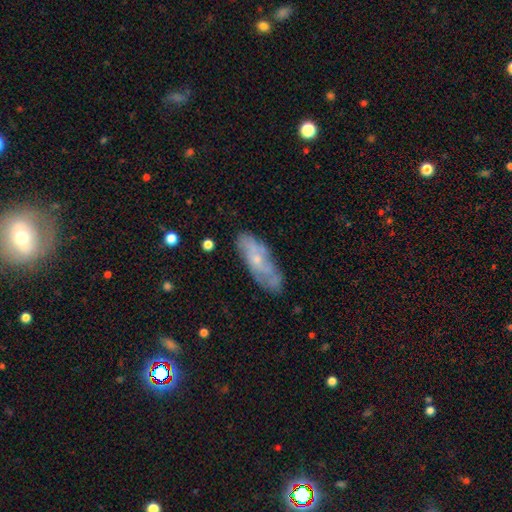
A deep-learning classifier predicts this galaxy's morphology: Smooth or featured?
  - featured or disk: 57% *
  - smooth: 36%
  - star or artifact: 7%
Edge-on disk?
  - no: 80% *
  - yes: 20%
Merging?
  - none: 70% *
  - minor disturbance: 21%
  - major disturbance: 6%
  - merger: 2%